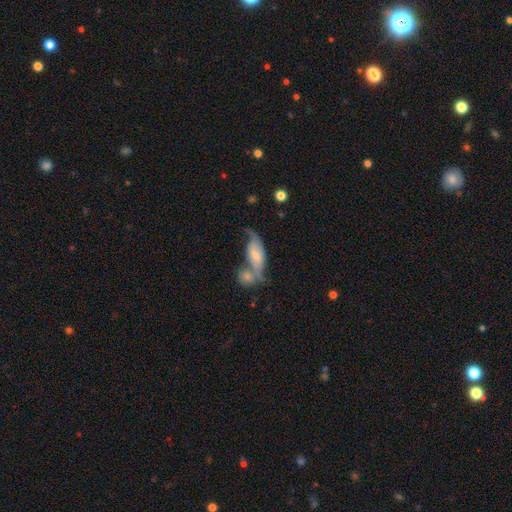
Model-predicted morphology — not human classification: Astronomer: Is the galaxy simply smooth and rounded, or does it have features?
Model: featured or disk — 54% (runner-up: smooth, 39%).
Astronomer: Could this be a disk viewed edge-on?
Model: no — 85%.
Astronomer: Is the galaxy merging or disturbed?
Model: merger — 45% (runner-up: none, 27%).